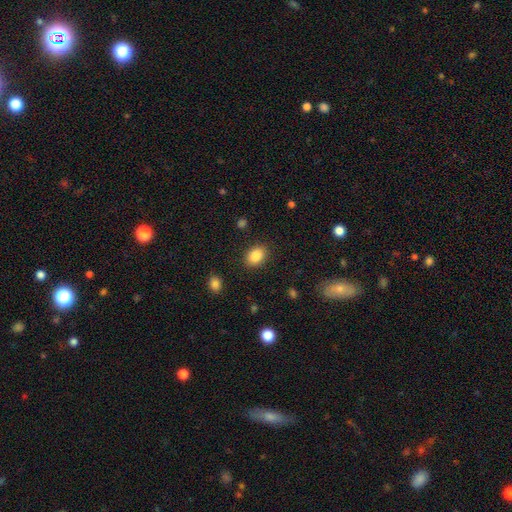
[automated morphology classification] Smooth or featured? smooth (87%)
How rounded? in between (73%)
Merging? none (86%)